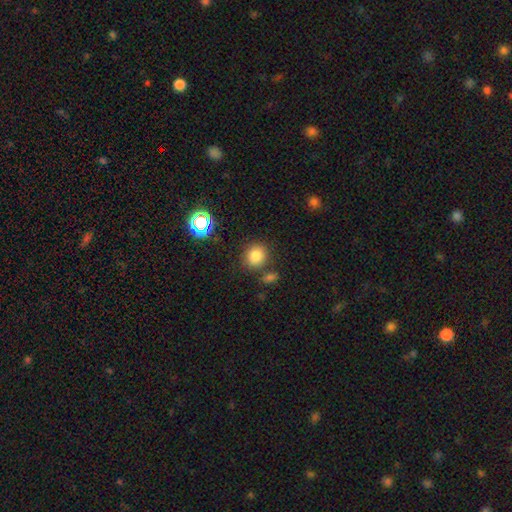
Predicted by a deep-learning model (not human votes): This is clearly a smooth galaxy (82%). How rounded: likely round (80%). Merging: likely none (77%).